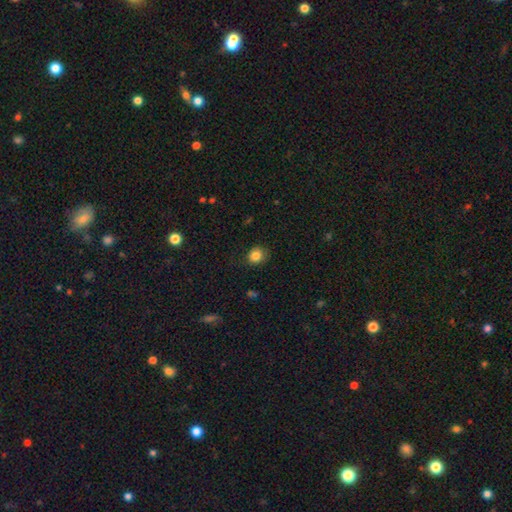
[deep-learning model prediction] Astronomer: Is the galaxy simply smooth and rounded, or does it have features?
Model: smooth — 84%.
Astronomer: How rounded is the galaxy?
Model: round — 76%.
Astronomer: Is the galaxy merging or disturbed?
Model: none — 84%.